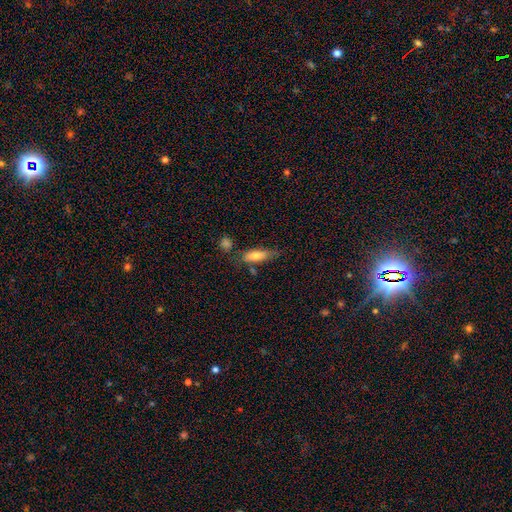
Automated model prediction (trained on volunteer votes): Morphology: type=smooth (72%); roundness=in between (53%); merging=none (57%).